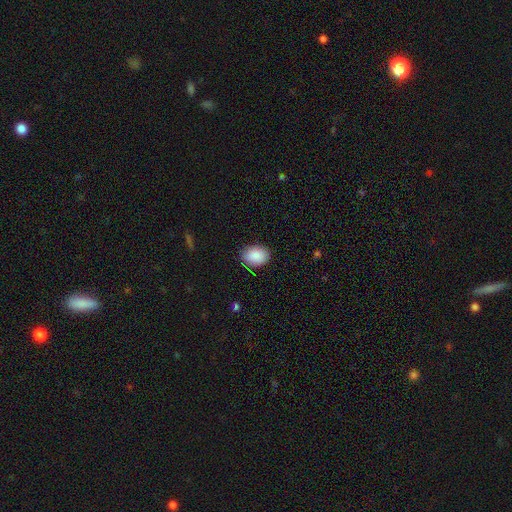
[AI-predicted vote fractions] Overall: smooth (87%). How rounded: in between (73%). Merging: none (81%).